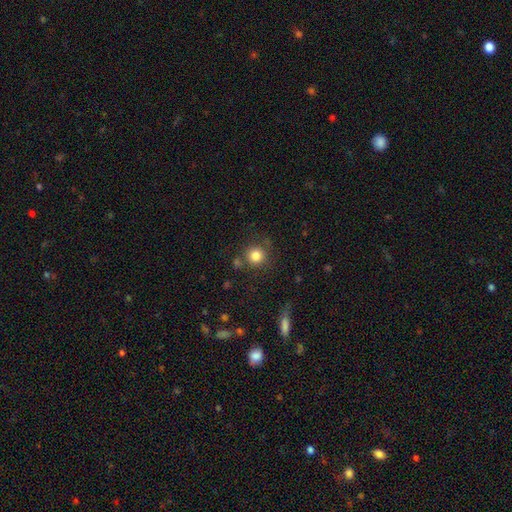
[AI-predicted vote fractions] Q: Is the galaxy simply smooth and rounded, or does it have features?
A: smooth — 83%.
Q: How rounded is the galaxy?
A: round — 93%.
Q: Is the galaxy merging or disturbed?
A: none — 79%.